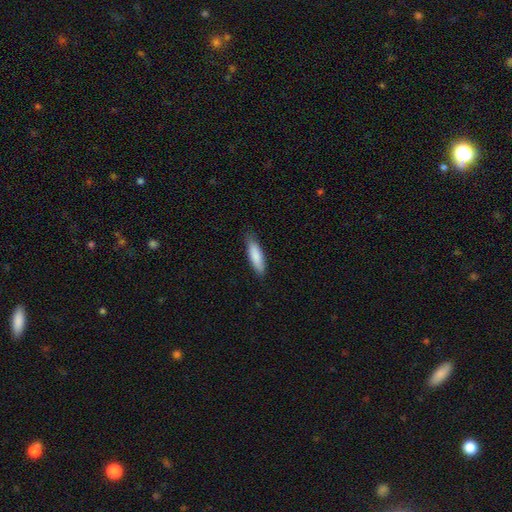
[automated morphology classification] smooth 85%, featured or disk 9%, star or artifact 6%. Down the decision tree: how rounded — cigar-shaped (63%); merging — none (81%).